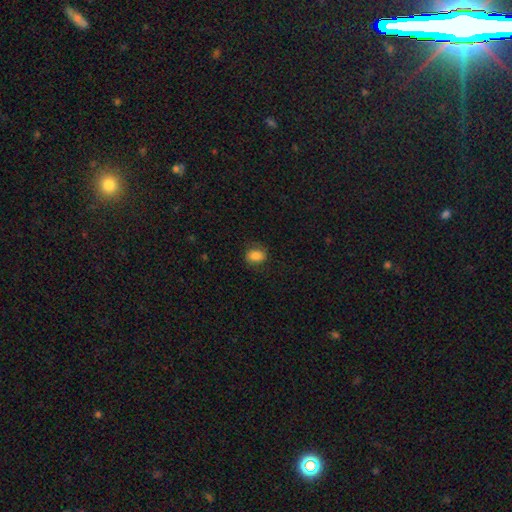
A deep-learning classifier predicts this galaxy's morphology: This is clearly a smooth galaxy (81%). How rounded: likely in between (67%). Merging: likely none (79%).